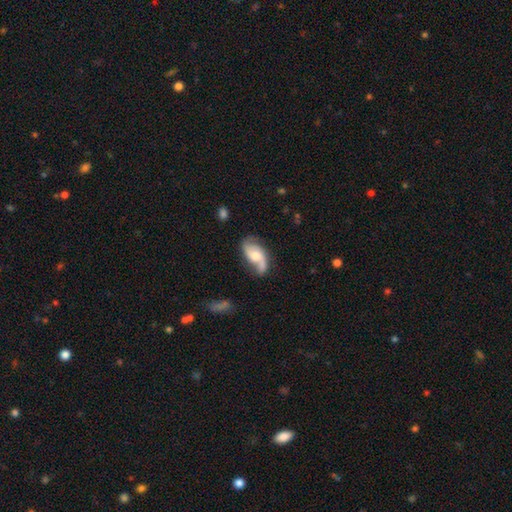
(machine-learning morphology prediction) Smooth or featured: featured or disk — 69% (smooth — 25%)
Edge-on disk: no — 95% (yes — 5%)
Bar: no — 60% (weak — 33%)
Spiral arms: yes — 91% (no — 9%)
Spiral winding: loose — 57% (medium — 33%)
Spiral arm count: 2 — 81% (1 — 11%)
Bulge size: moderate — 59% (small — 21%)
Merging: none — 55% (minor disturbance — 25%)